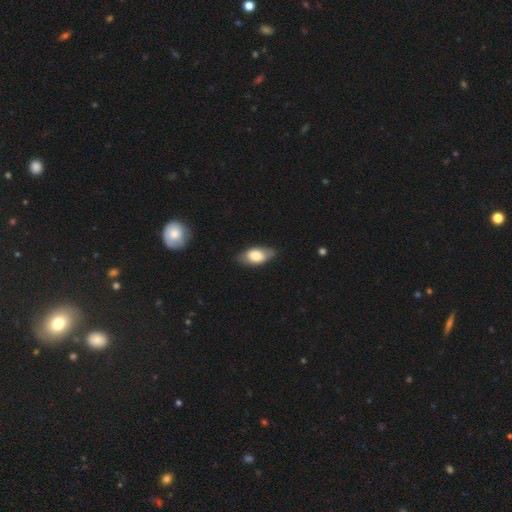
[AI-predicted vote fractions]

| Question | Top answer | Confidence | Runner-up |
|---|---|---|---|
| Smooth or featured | smooth | 73% | featured or disk (21%) |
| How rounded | in between | 91% | cigar-shaped (5%) |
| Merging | none | 79% | minor disturbance (17%) |